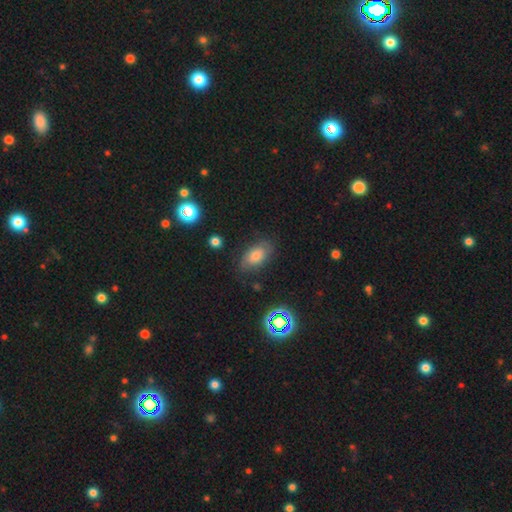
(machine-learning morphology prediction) This appears to be a smooth galaxy with no disk features (61%) that is in between round and cigar-shaped (89%). Merging: none (74%).